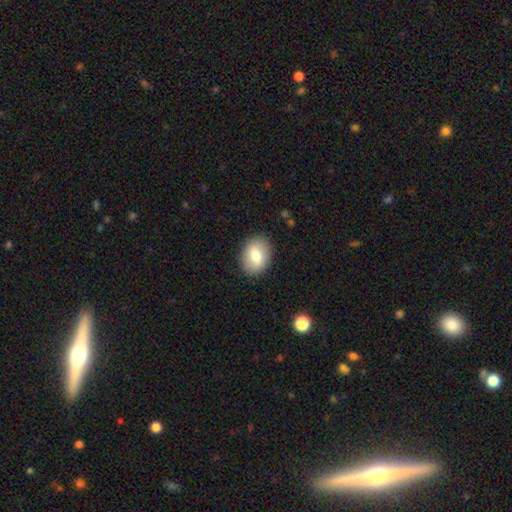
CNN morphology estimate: type=smooth (71%); roundness=in between (65%); merging=none (87%).